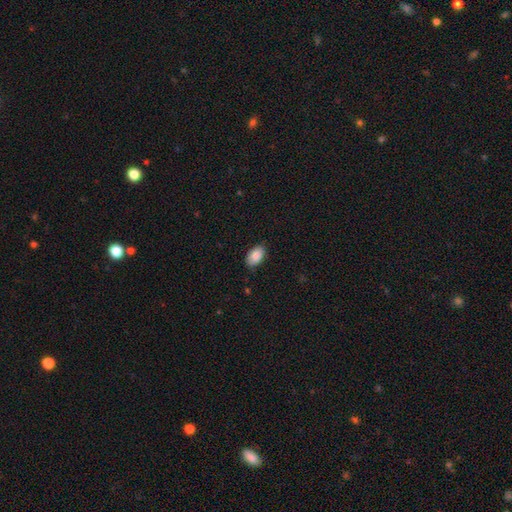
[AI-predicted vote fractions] Q: Smooth or featured?
A: smooth (88%); runner-up: star or artifact (6%)
Q: How rounded?
A: in between (94%); runner-up: round (5%)
Q: Merging?
A: none (82%); runner-up: minor disturbance (14%)